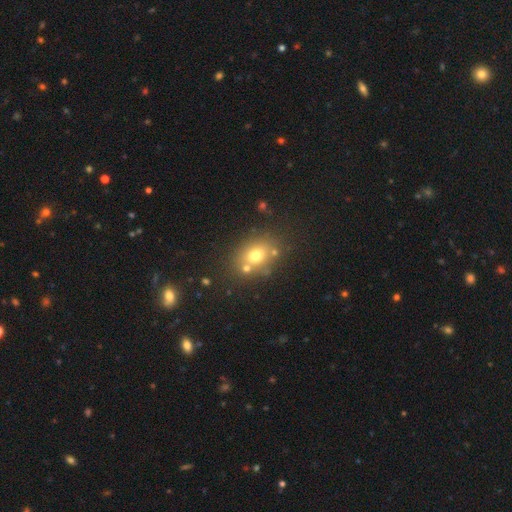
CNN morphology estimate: Q: Smooth or featured?
A: smooth (69%); runner-up: featured or disk (16%)
Q: How rounded?
A: in between (52%); runner-up: round (47%)
Q: Merging?
A: none (68%); runner-up: merger (15%)